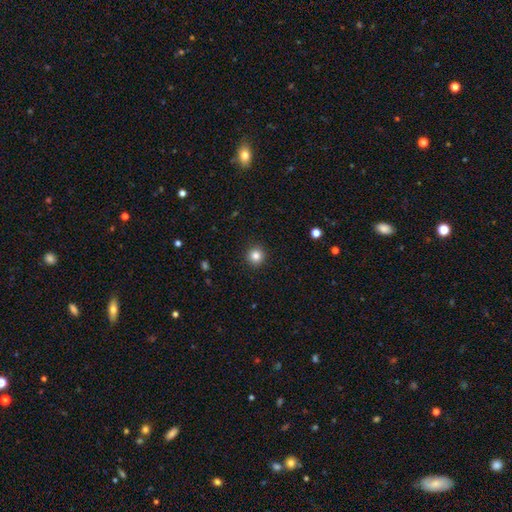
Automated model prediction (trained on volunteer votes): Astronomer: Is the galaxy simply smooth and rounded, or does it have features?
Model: smooth — 84%.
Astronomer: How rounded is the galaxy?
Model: round — 95%.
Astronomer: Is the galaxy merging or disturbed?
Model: none — 92%.